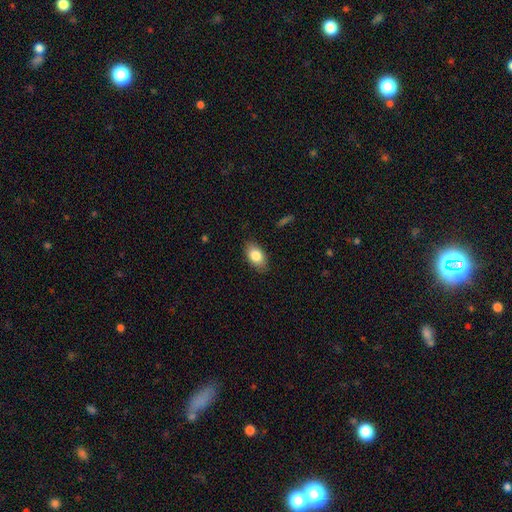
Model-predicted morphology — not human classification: The model was most divided on "smooth or featured": smooth: 83%, featured or disk: 10%, star or artifact: 7%. More confident: how rounded — in between (91%); merging — none (85%).